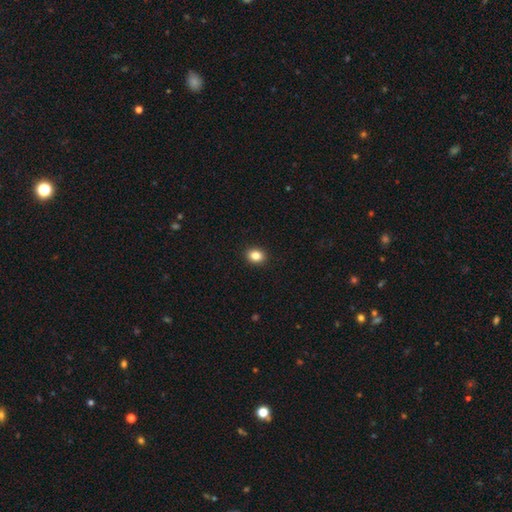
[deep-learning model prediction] smooth_or_featured: smooth (p=0.85) [alt: star or artifact p=0.10]
how_rounded: round (p=0.58) [alt: in between p=0.41]
merging: none (p=0.92) [alt: minor disturbance p=0.05]